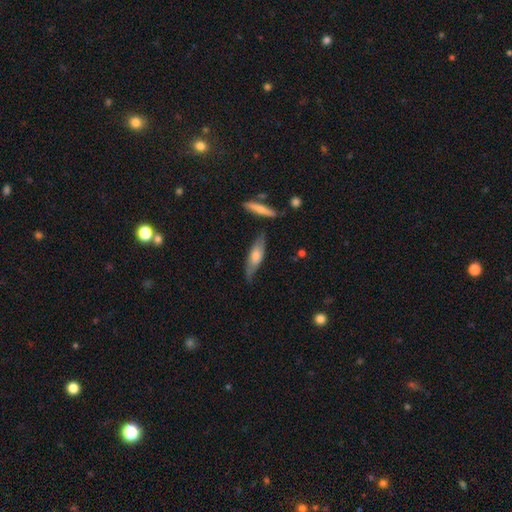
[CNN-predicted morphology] Smooth or featured? smooth (52%)
How rounded? cigar-shaped (54%)
Merging? none (65%)